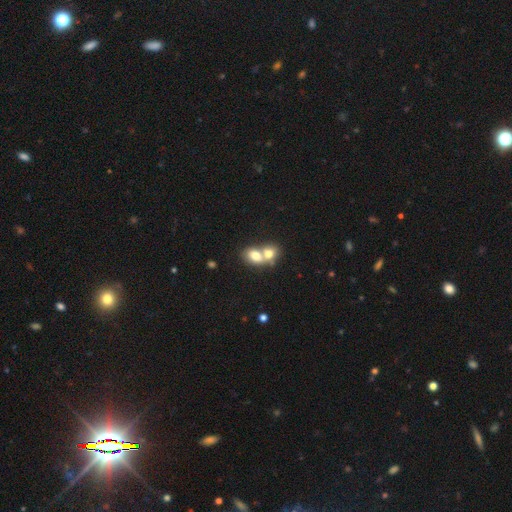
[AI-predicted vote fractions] A smooth galaxy with no disk features (72%) that is in between round and cigar-shaped (61%). Merging: merger (74%).